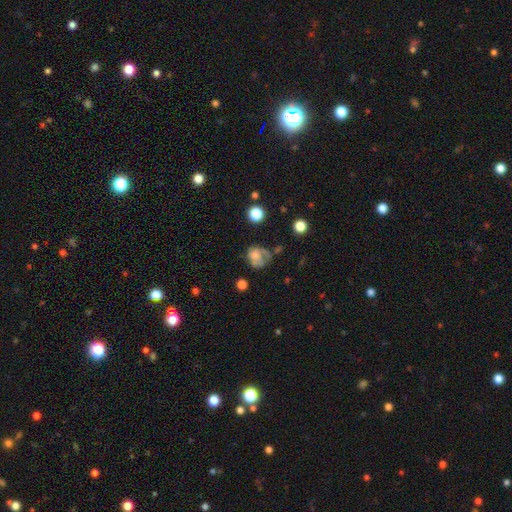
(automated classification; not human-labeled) Smooth or featured: smooth — 49% (featured or disk — 40%)
Merging: none — 34% (major disturbance — 33%)